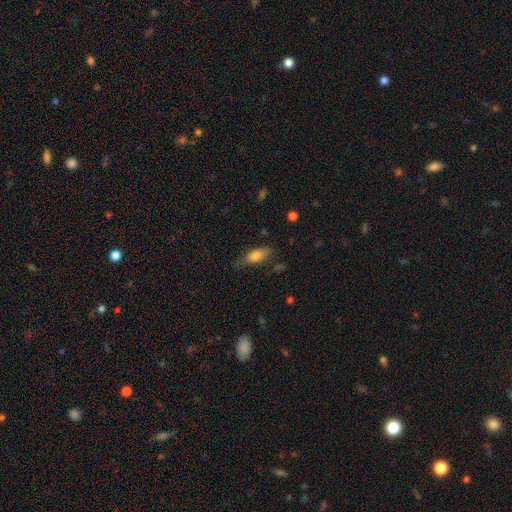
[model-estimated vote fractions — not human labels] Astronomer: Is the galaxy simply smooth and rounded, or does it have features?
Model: smooth — 77%.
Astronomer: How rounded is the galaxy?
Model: in between — 76%.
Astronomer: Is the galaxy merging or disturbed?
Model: none — 62%.